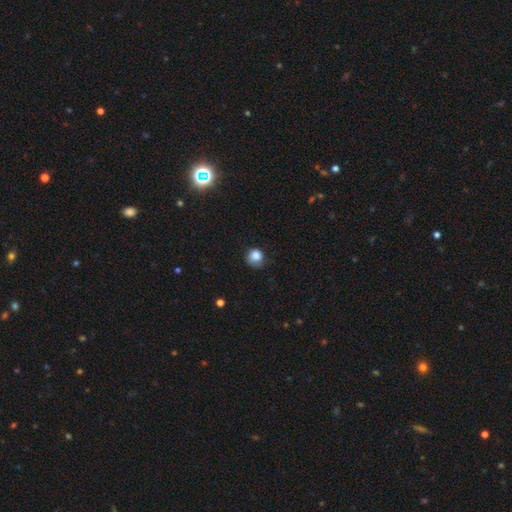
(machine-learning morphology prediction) Smooth or featured? smooth (83%)
How rounded? round (86%)
Merging? none (58%)